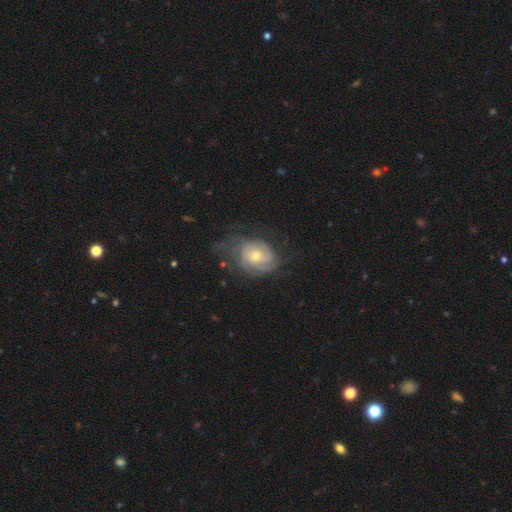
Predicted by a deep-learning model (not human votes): The model was most divided on "bulge size": moderate: 55%, small: 40%, large: 3%, none: 1%, dominant: 1%. Remaining: edge-on disk — no (97%); spiral arms — yes (90%); smooth or featured — featured or disk (76%); bar — no (71%); spiral winding — tight (60%); merging — none (49%); spiral arm count — can't tell (44%).